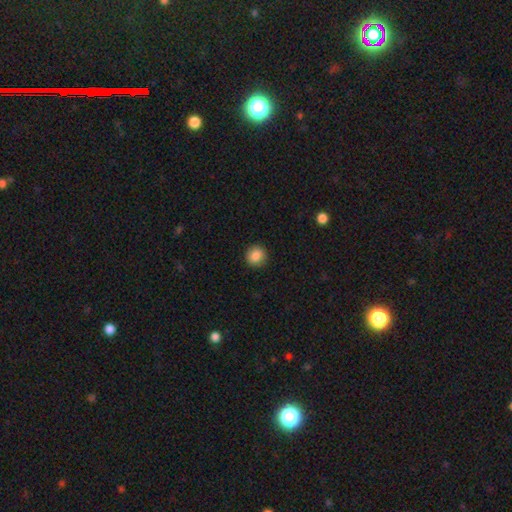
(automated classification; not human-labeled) Smooth or featured: smooth — 87% (star or artifact — 9%)
How rounded: round — 92% (in between — 7%)
Merging: none — 92% (minor disturbance — 6%)